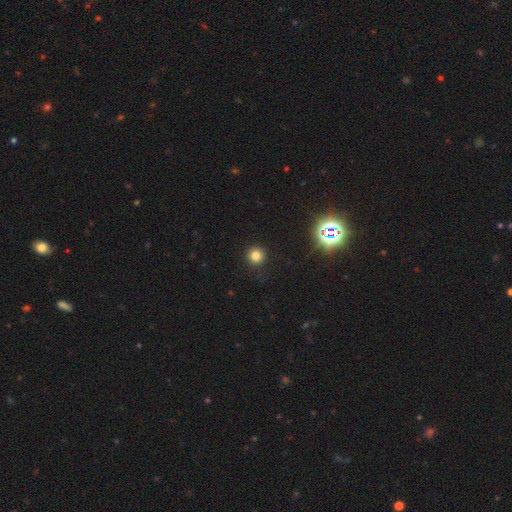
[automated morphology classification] type=smooth (78%); roundness=round (94%); merging=none (89%).